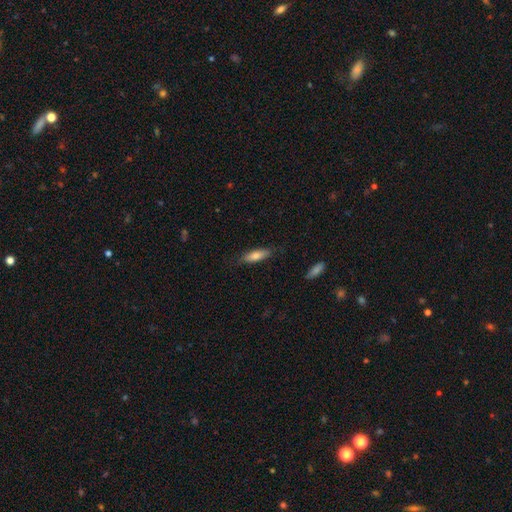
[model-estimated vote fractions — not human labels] Q: Smooth or featured?
A: smooth (73%); runner-up: featured or disk (20%)
Q: How rounded?
A: cigar-shaped (54%); runner-up: in between (44%)
Q: Merging?
A: none (82%); runner-up: minor disturbance (14%)